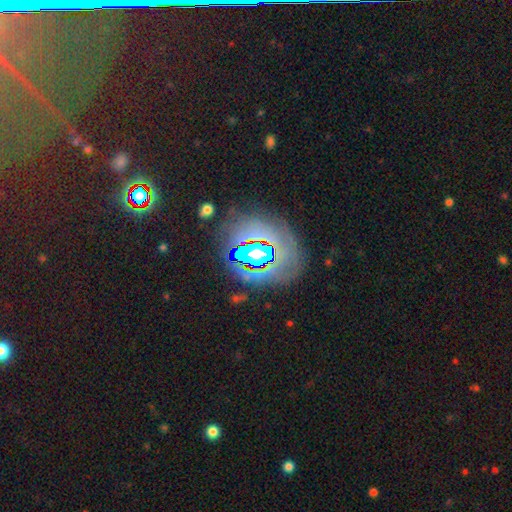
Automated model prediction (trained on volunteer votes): This appears to be a star or artifact, not a galaxy (64%).